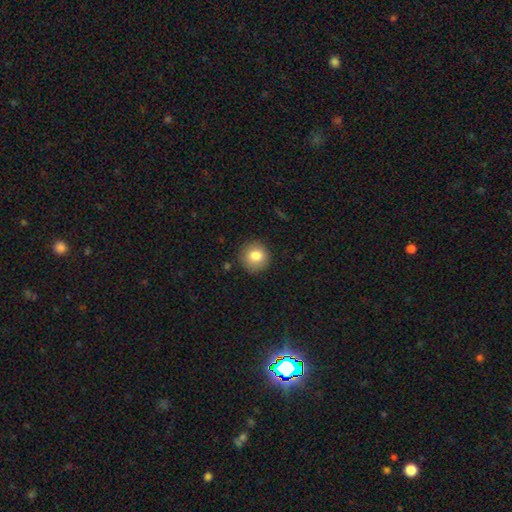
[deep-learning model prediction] Smooth or featured: smooth — 82% (star or artifact — 9%)
How rounded: round — 92% (in between — 7%)
Merging: none — 88% (minor disturbance — 8%)